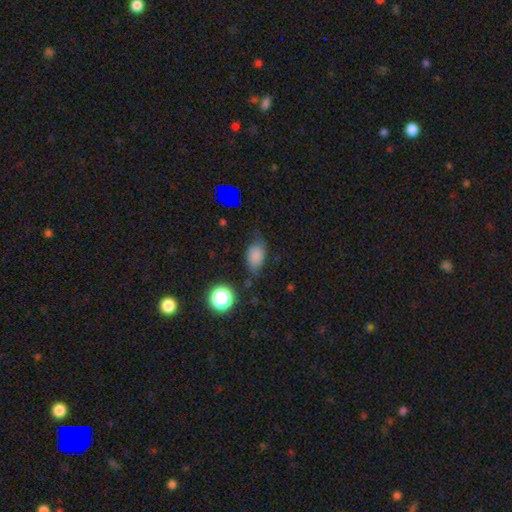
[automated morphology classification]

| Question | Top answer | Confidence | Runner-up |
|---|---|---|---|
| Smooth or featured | smooth | 73% | star or artifact (15%) |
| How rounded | in between | 83% | round (15%) |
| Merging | none | 58% | minor disturbance (29%) |